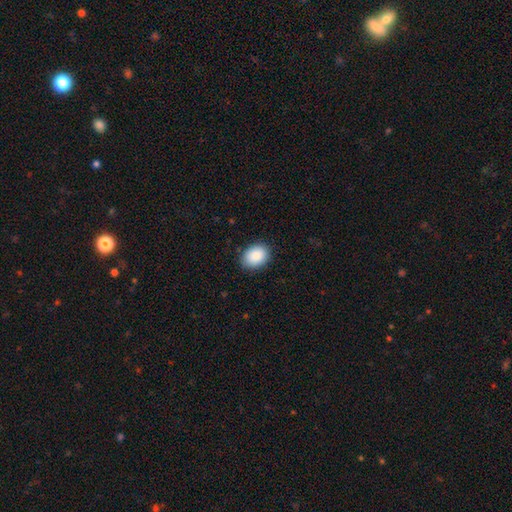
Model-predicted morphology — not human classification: Overall: smooth (90%). How rounded: in between (71%). Merging: none (86%).